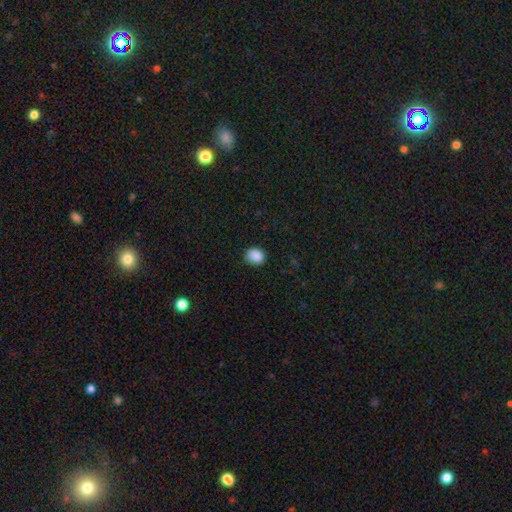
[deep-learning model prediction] Morphology: type=smooth (88%); roundness=round (65%); merging=none (80%).